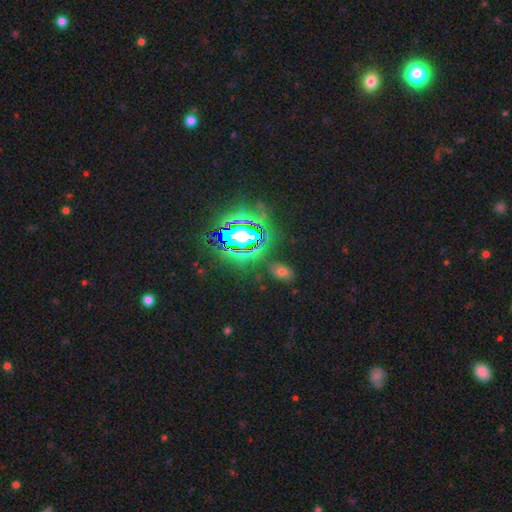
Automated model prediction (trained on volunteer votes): star or artifact 82%, smooth 11%, featured or disk 6%.